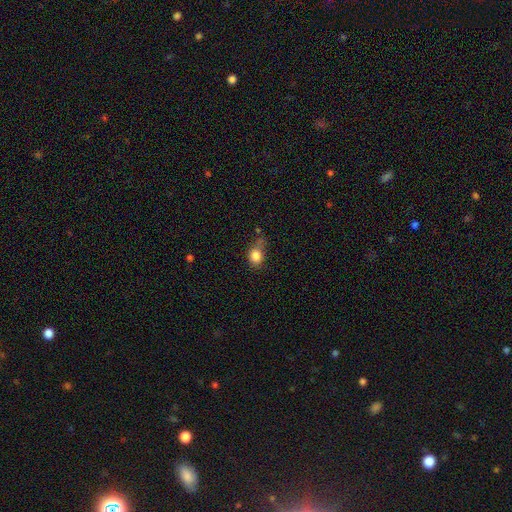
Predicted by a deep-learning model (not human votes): Smooth or featured? smooth (82%)
How rounded? round (52%)
Merging? none (41%)